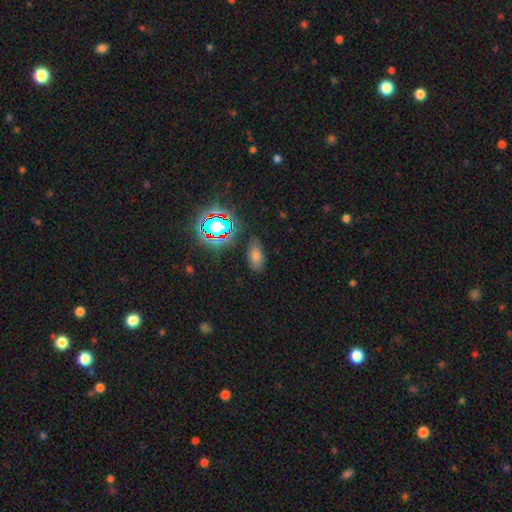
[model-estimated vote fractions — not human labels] Smooth or featured? smooth (59%)
How rounded? in between (85%)
Merging? none (81%)